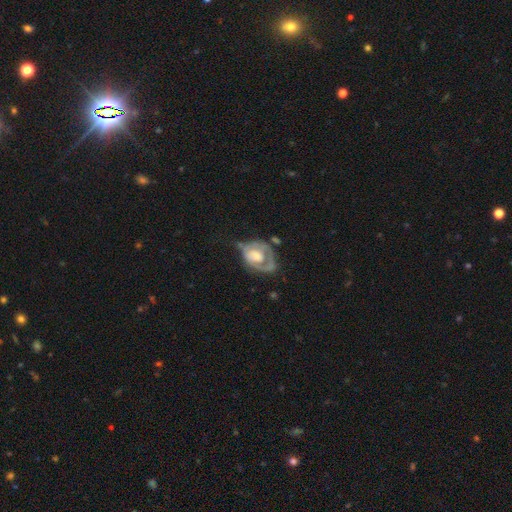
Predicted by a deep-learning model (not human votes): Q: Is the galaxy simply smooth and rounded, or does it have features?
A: featured or disk — 68%.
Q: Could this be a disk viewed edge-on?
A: no — 96%.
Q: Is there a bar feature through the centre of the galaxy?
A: no — 71%.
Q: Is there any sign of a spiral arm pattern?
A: yes — 64%.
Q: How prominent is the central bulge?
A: moderate — 44%.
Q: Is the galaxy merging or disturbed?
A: none — 37%.